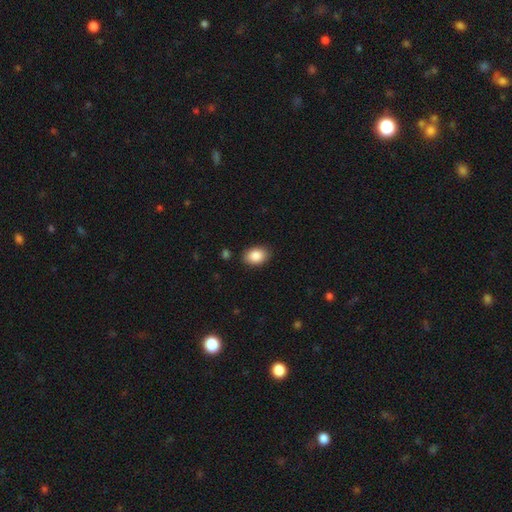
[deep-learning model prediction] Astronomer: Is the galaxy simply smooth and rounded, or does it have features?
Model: smooth — 87%.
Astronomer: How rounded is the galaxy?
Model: in between — 82%.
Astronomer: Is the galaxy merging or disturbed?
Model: none — 87%.